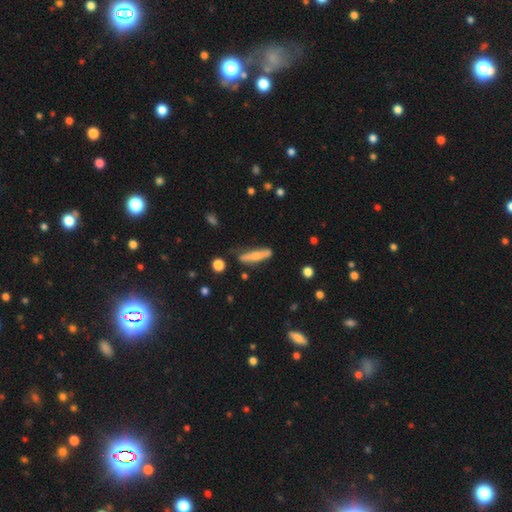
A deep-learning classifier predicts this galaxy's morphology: Smooth or featured? smooth (60%)
How rounded? cigar-shaped (86%)
Merging? none (70%)